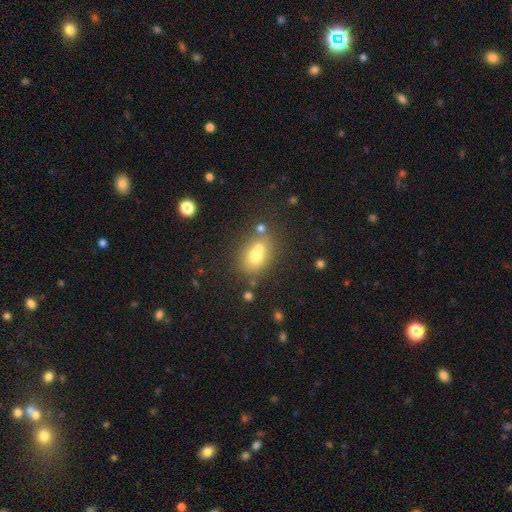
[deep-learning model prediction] This is likely a smooth galaxy (65%). How rounded: possibly round (51%). Merging: possibly none (45%).